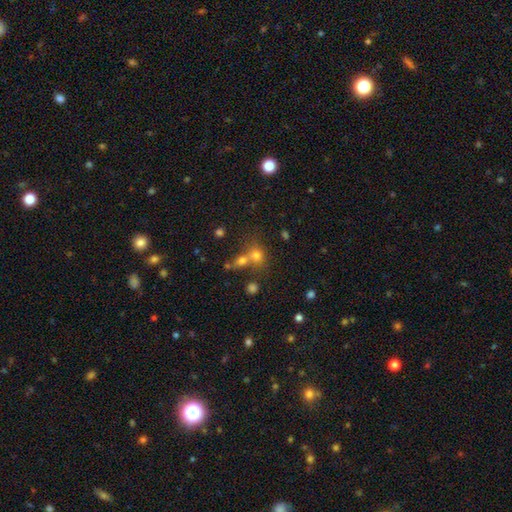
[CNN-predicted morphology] This appears to be a smooth galaxy with no disk features (66%) that is round (69%). Merging: merger (49%).